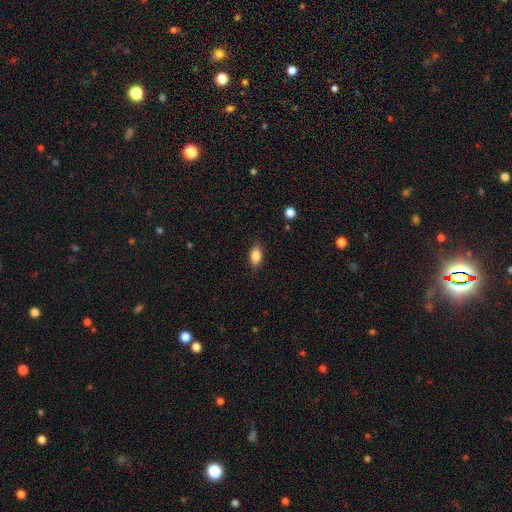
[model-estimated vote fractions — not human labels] Smooth or featured? smooth (83%)
How rounded? in between (85%)
Merging? none (83%)